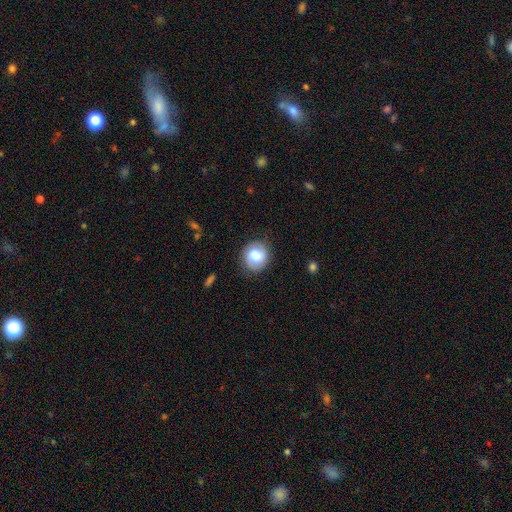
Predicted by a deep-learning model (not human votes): A smooth galaxy with no disk features (76%) that is round (82%).

Vote fractions:
- Smooth or featured? smooth: 76% / featured or disk: 17% / star or artifact: 8%
- How rounded? round: 82% / in between: 17% / cigar-shaped: 1%
- Merging? none: 82% / minor disturbance: 13% / major disturbance: 4% / merger: 1%